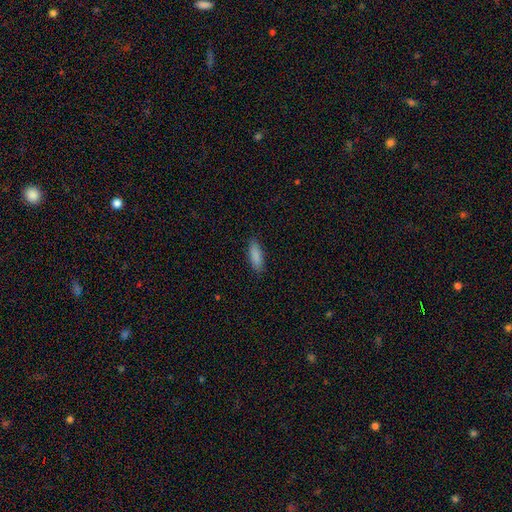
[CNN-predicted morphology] The model was most divided on "how rounded": in between: 54%, cigar-shaped: 44%, round: 2%. More confident: smooth or featured — smooth (88%); merging — none (88%).